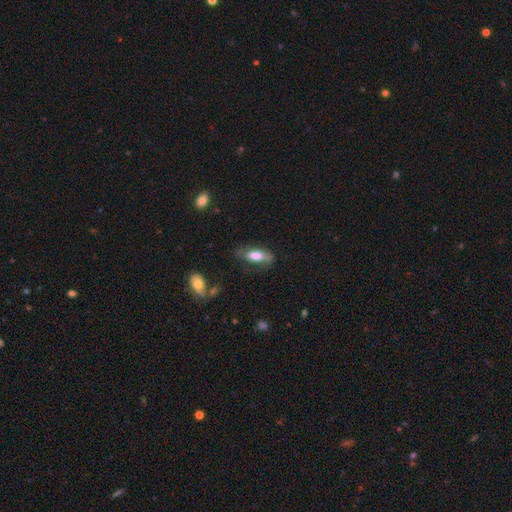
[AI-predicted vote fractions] smooth_or_featured: smooth (p=0.66) [alt: featured or disk p=0.26]
how_rounded: in between (p=0.76) [alt: cigar-shaped p=0.21]
merging: none (p=0.60) [alt: minor disturbance p=0.24]